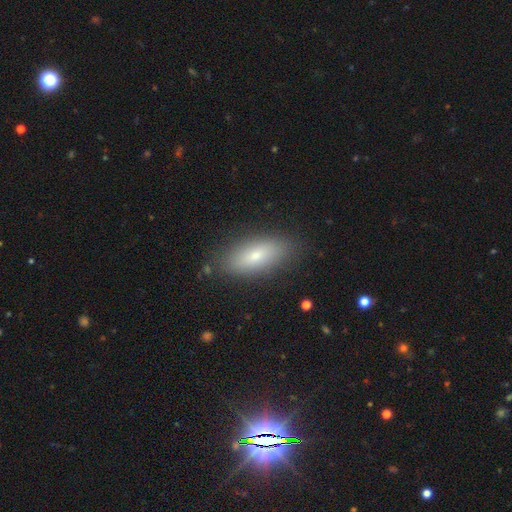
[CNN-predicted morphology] type=smooth (72%); roundness=in between (76%); merging=none (84%).